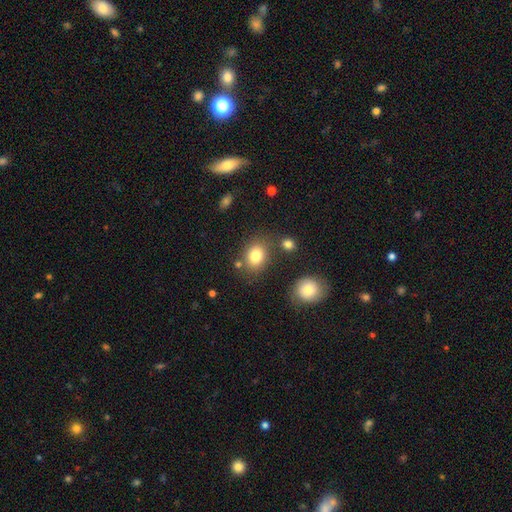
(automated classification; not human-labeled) Smooth or featured: smooth — 80% (star or artifact — 11%)
How rounded: in between — 52% (round — 47%)
Merging: none — 73% (minor disturbance — 13%)